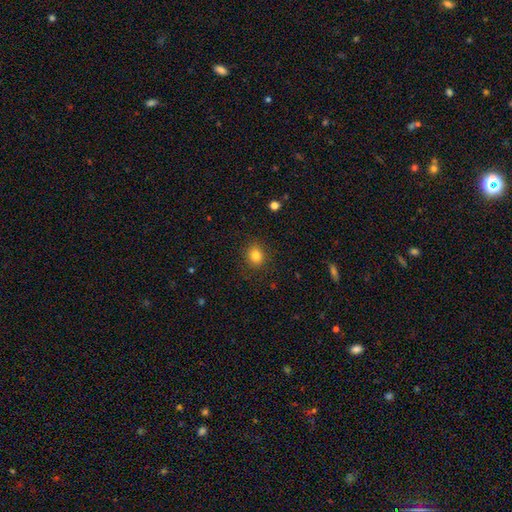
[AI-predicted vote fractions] Smooth or featured? smooth (83%)
How rounded? round (79%)
Merging? none (88%)